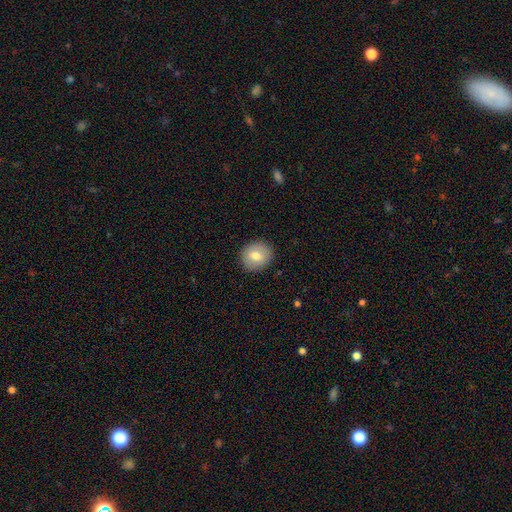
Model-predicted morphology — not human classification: Overall: smooth (73%). How rounded: round (76%). Merging: none (89%).